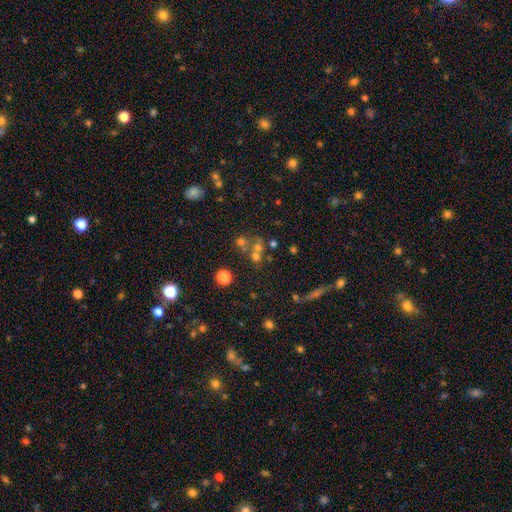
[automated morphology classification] smooth 46%, star or artifact 33%, featured or disk 20%. Down the decision tree: merging — none (45%).